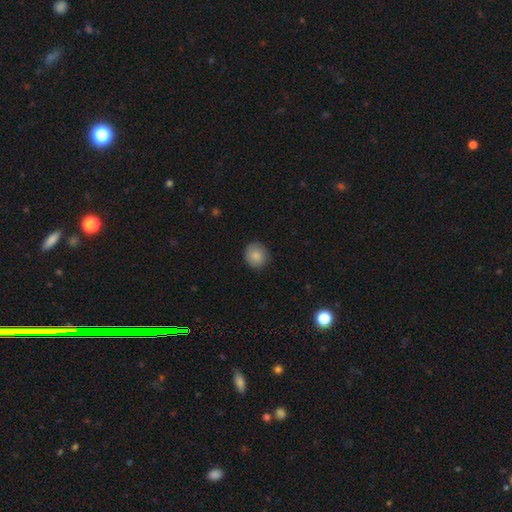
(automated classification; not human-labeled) Smooth or featured? smooth (87%)
How rounded? round (87%)
Merging? none (88%)